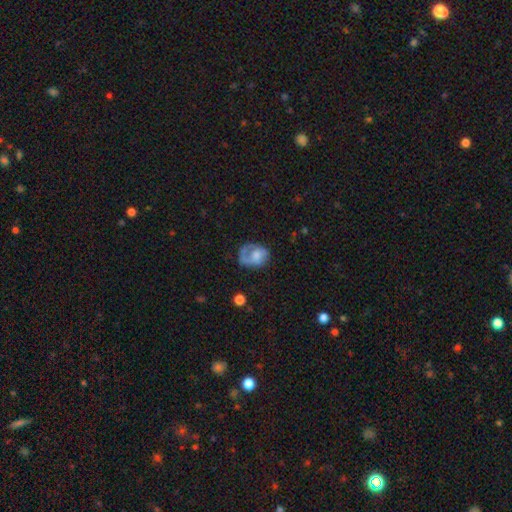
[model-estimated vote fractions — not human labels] The model was most divided on "smooth or featured": smooth: 51%, featured or disk: 41%, star or artifact: 8%. Remaining: how rounded — in between (57%); merging — none (42%).